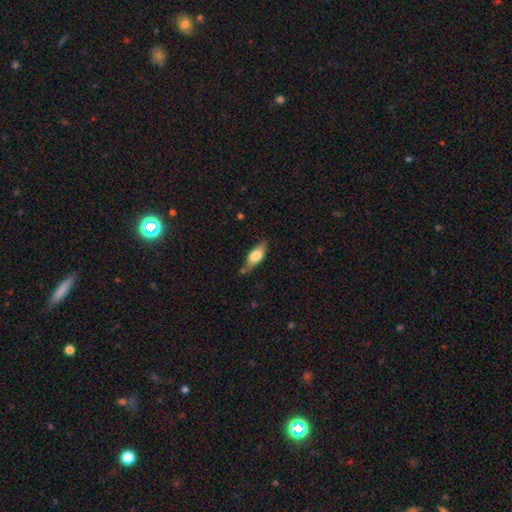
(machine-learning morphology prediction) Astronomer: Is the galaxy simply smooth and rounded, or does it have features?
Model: smooth — 62%.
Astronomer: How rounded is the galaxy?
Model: in between — 72%.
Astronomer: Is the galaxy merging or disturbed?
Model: none — 68%.